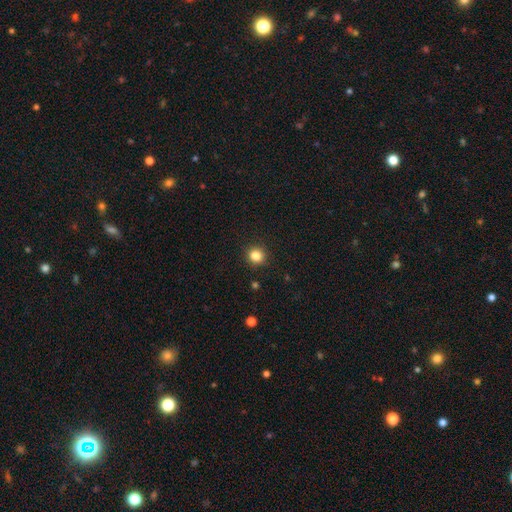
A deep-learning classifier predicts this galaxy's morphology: A smooth galaxy with no disk features (85%) that is round (83%).

Vote fractions:
- Smooth or featured? smooth: 85% / star or artifact: 11% / featured or disk: 4%
- How rounded? round: 83% / in between: 16% / cigar-shaped: 1%
- Merging? none: 89% / minor disturbance: 7% / major disturbance: 2% / merger: 1%